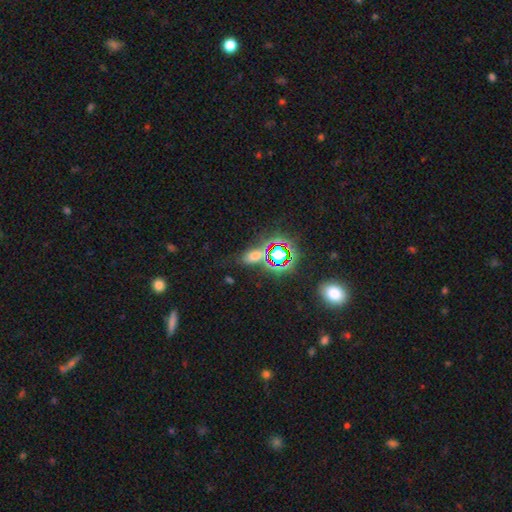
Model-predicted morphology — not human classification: Q: Smooth or featured?
A: smooth (46%); runner-up: star or artifact (44%)
Q: Merging?
A: none (67%); runner-up: minor disturbance (15%)